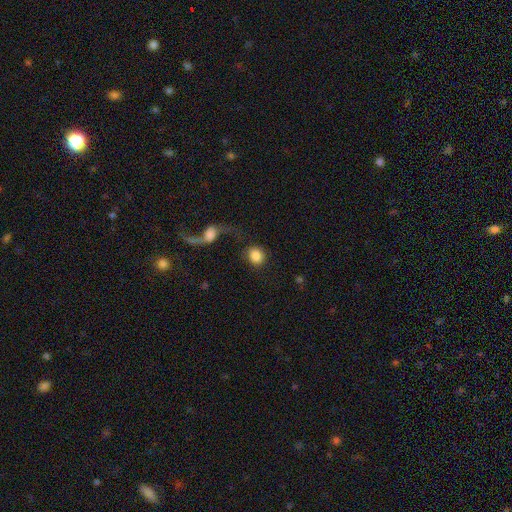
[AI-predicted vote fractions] Morphology: type=smooth (84%); roundness=round (73%); merging=none (54%).